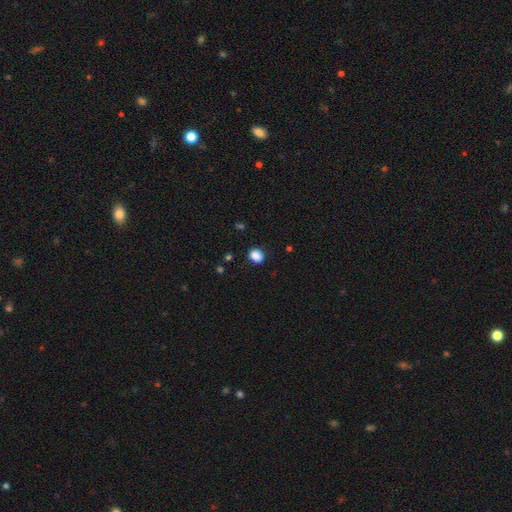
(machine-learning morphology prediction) A smooth galaxy with no disk features (87%) that is round (56%).

Vote fractions:
- Smooth or featured? smooth: 87% / star or artifact: 10% / featured or disk: 3%
- How rounded? round: 56% / in between: 43% / cigar-shaped: 1%
- Merging? none: 86% / minor disturbance: 10% / major disturbance: 2% / merger: 1%